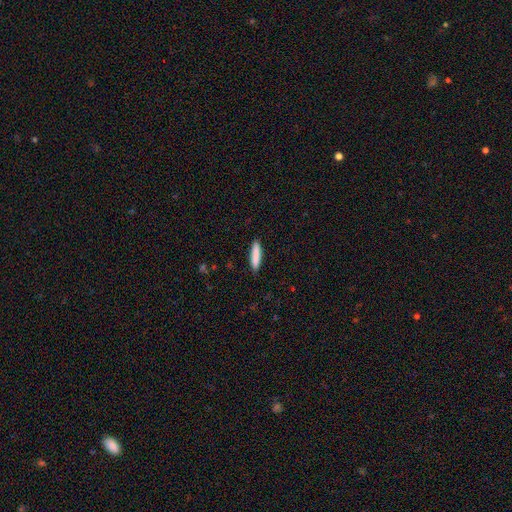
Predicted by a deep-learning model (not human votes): Smooth or featured?
  - smooth: 86% *
  - featured or disk: 9%
  - star or artifact: 6%
How rounded?
  - cigar-shaped: 85% *
  - in between: 14%
  - round: 1%
Merging?
  - none: 90% *
  - minor disturbance: 7%
  - major disturbance: 2%
  - merger: 1%